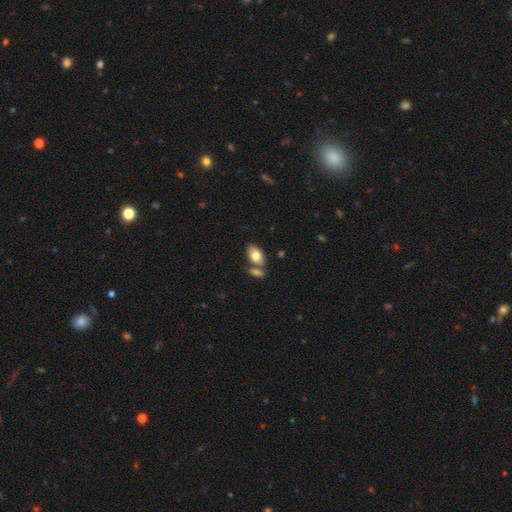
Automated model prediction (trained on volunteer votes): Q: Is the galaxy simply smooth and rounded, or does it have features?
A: smooth — 78%.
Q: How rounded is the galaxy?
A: in between — 91%.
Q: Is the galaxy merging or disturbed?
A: none — 57%.